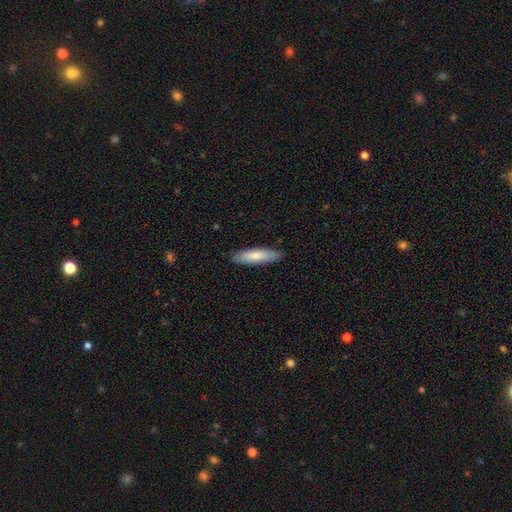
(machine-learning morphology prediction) Smooth or featured?
  - smooth: 80% *
  - featured or disk: 15%
  - star or artifact: 5%
How rounded?
  - cigar-shaped: 69% *
  - in between: 30%
  - round: 1%
Merging?
  - none: 88% *
  - minor disturbance: 9%
  - major disturbance: 2%
  - merger: 1%